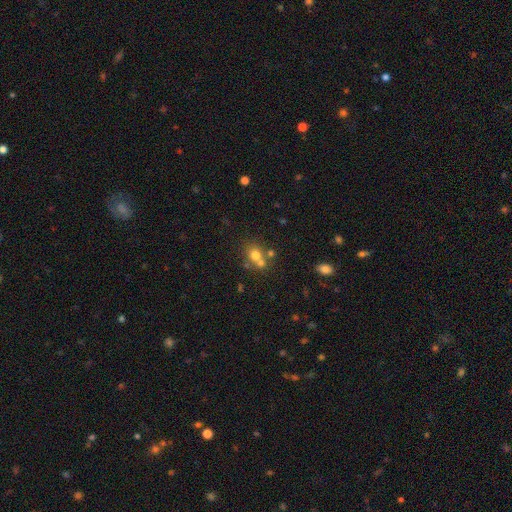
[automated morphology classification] smooth-or-featured: smooth: 69% | star or artifact: 16% | featured or disk: 15%
  how-rounded: round: 75% | in between: 24% | cigar-shaped: 1%
  merging: none: 48% | merger: 40% | minor disturbance: 9% | major disturbance: 4%